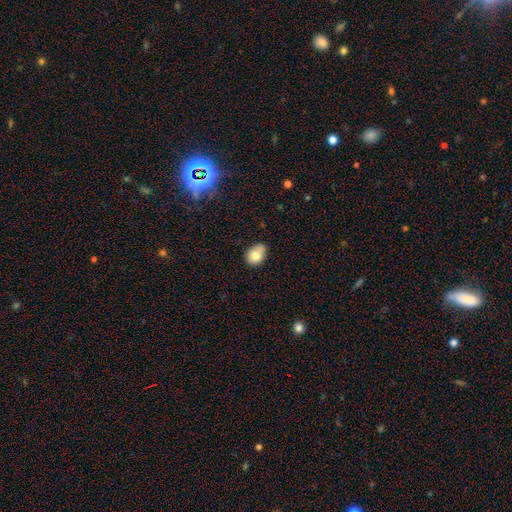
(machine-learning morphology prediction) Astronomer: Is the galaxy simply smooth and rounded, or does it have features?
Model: smooth — 79%.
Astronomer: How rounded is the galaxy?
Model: in between — 64%.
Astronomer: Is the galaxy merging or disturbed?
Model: none — 63%.